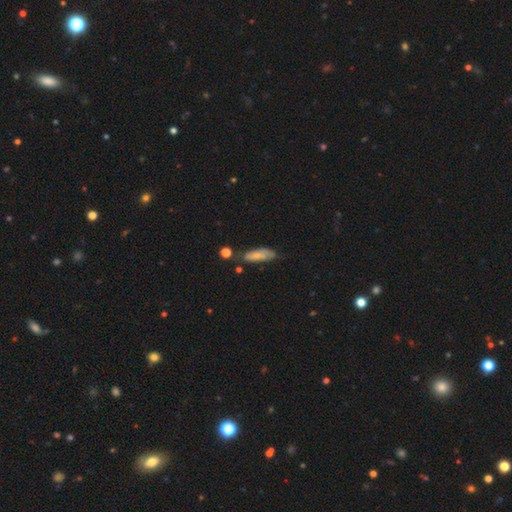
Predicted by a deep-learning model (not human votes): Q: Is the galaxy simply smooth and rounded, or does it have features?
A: smooth — 65%.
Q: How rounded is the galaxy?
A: cigar-shaped — 51%.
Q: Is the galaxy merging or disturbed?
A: none — 65%.